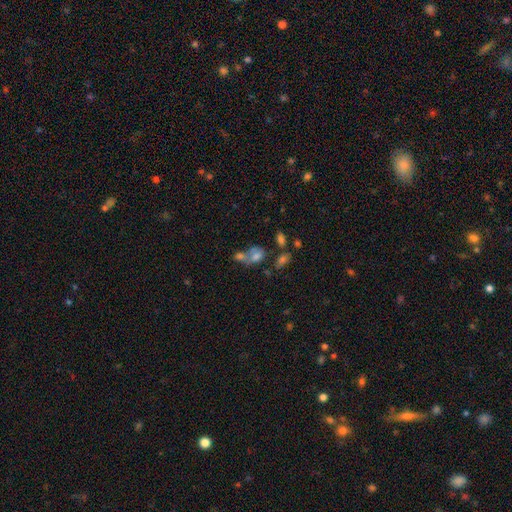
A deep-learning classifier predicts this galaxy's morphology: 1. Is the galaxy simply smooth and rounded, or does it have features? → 65% smooth, 22% featured or disk, 13% star or artifact.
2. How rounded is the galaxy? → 73% in between, 25% round, 2% cigar-shaped.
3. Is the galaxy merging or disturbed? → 54% merger, 25% none, 11% minor disturbance, 10% major disturbance.